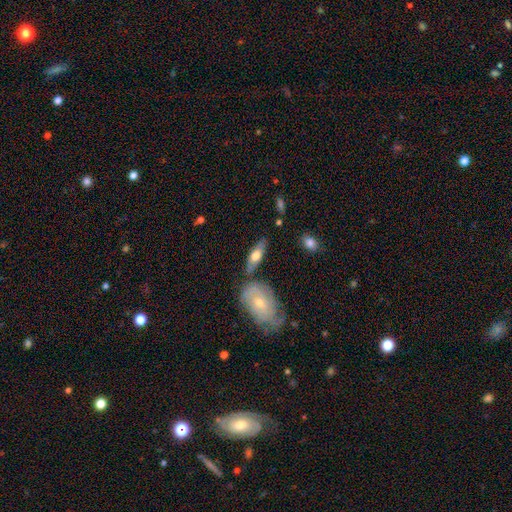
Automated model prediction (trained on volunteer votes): smooth-or-featured: smooth: 55% | featured or disk: 39% | star or artifact: 6%
  how-rounded: in between: 65% | cigar-shaped: 31% | round: 3%
  merging: none: 70% | minor disturbance: 15% | merger: 11% | major disturbance: 4%